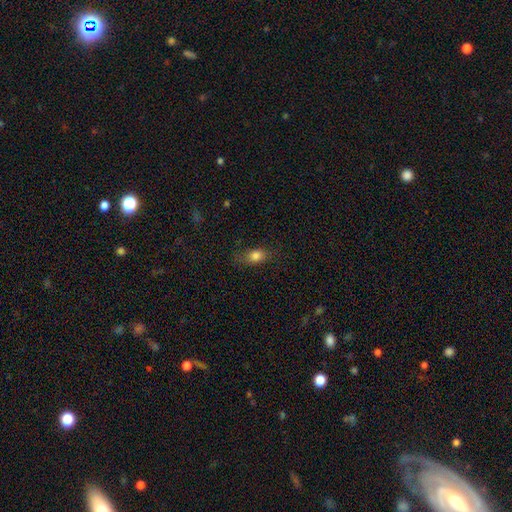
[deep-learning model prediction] smooth 81%, star or artifact 10%, featured or disk 9%. Down the decision tree: how rounded — in between (77%); merging — none (71%).